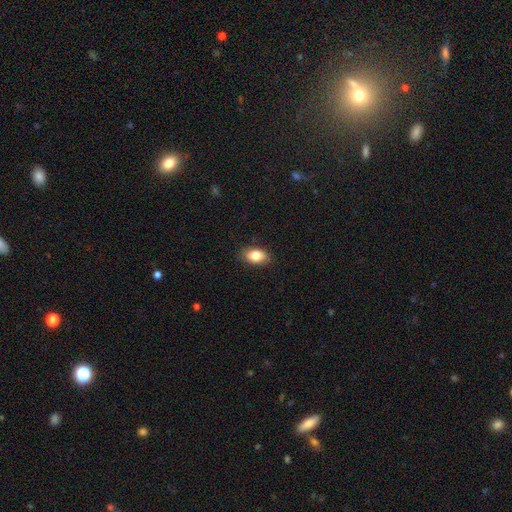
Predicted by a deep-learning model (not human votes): A smooth galaxy with no disk features (84%) that is in between round and cigar-shaped (86%). Merging: none (86%).